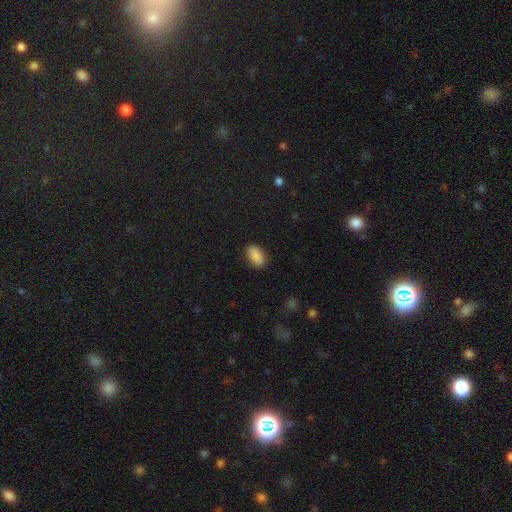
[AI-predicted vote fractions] Smooth or featured: smooth — 87% (star or artifact — 8%)
How rounded: in between — 92% (round — 5%)
Merging: none — 87% (minor disturbance — 9%)